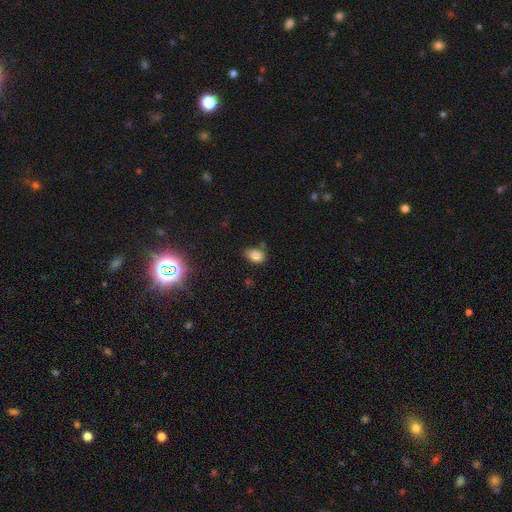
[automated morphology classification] Overall: smooth (83%). How rounded: in between (79%). Merging: none (58%; minor disturbance 30%).